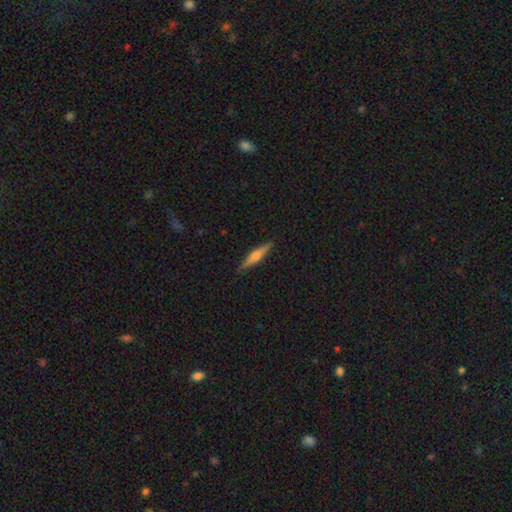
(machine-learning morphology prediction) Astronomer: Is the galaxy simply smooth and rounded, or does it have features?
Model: featured or disk — 58% (runner-up: smooth, 35%).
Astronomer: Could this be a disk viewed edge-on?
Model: yes — 97%.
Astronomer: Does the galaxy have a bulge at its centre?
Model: rounded — 80%.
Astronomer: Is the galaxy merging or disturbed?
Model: none — 90%.